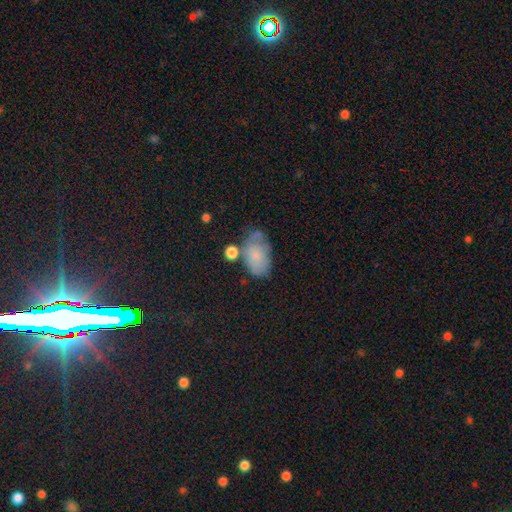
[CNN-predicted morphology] Smooth or featured: smooth — 68% (featured or disk — 21%)
How rounded: in between — 89% (round — 9%)
Merging: none — 43% (minor disturbance — 30%)